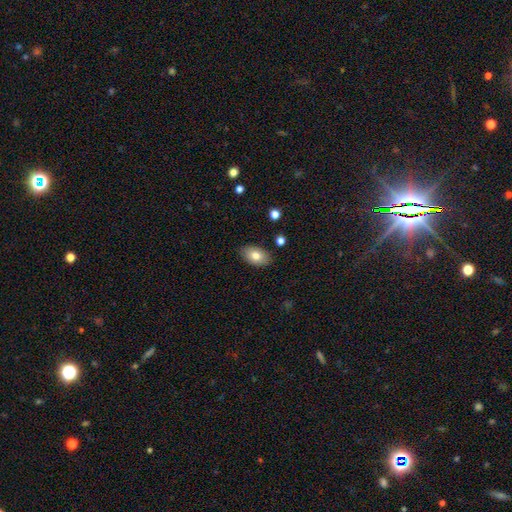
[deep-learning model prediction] Smooth or featured? Predicted: smooth (p=0.79). How rounded? Predicted: in between (p=0.90). Merging? Predicted: none (p=0.86).